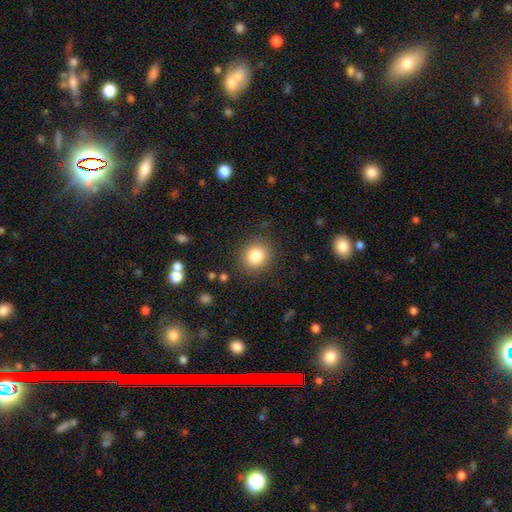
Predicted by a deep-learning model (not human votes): Smooth or featured? smooth (83%)
How rounded? round (80%)
Merging? none (87%)